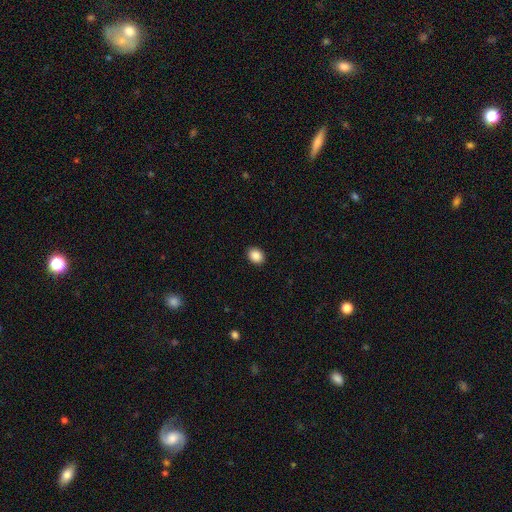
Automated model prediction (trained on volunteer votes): smooth 88%, star or artifact 9%, featured or disk 3%. Down the decision tree: how rounded — in between (54%); merging — none (91%).